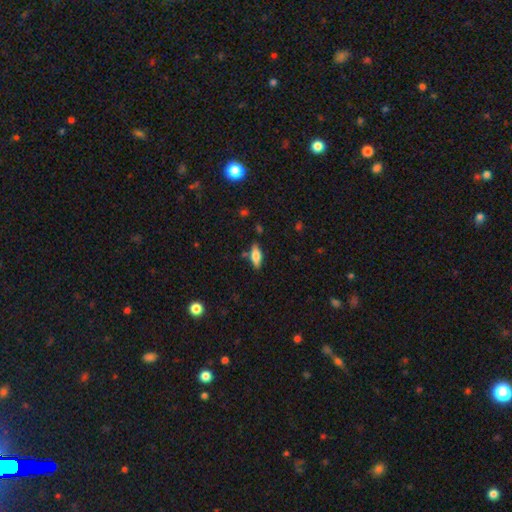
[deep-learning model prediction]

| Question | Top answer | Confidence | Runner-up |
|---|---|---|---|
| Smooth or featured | smooth | 65% | featured or disk (28%) |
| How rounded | in between | 67% | cigar-shaped (30%) |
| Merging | none | 80% | minor disturbance (13%) |